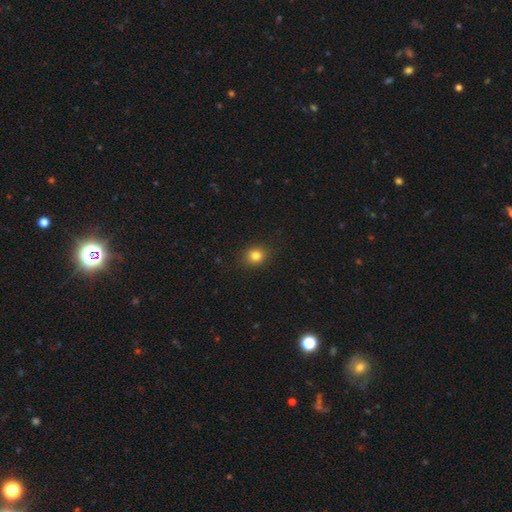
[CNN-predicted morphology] Smooth or featured: smooth — 82% (star or artifact — 12%)
How rounded: round — 71% (in between — 28%)
Merging: none — 89% (minor disturbance — 8%)